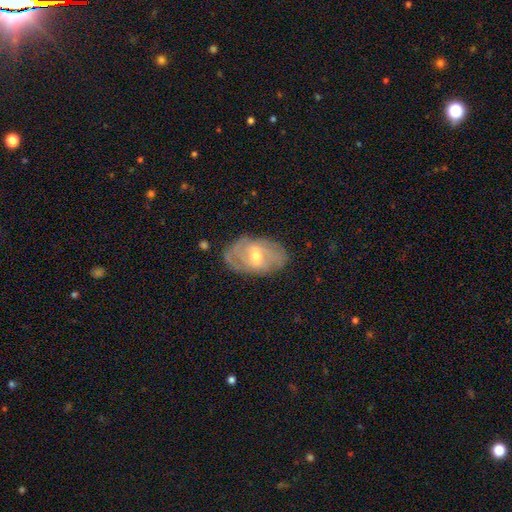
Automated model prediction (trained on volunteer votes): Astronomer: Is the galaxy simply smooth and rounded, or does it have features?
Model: featured or disk — 67%.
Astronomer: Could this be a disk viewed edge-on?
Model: no — 91%.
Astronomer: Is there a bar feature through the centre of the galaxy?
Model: weak — 50% (runner-up: no, 28%).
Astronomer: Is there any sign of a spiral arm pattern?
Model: yes — 66%.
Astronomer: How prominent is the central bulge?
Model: moderate — 60%.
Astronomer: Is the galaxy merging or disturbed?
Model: none — 71%.